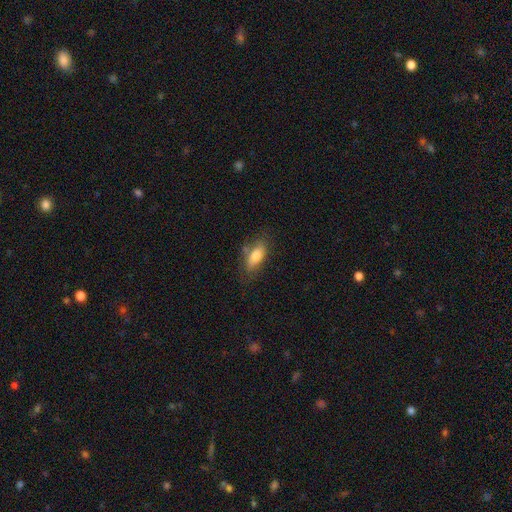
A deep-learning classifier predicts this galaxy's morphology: Smooth or featured? smooth (77%)
How rounded? in between (79%)
Merging? none (69%)